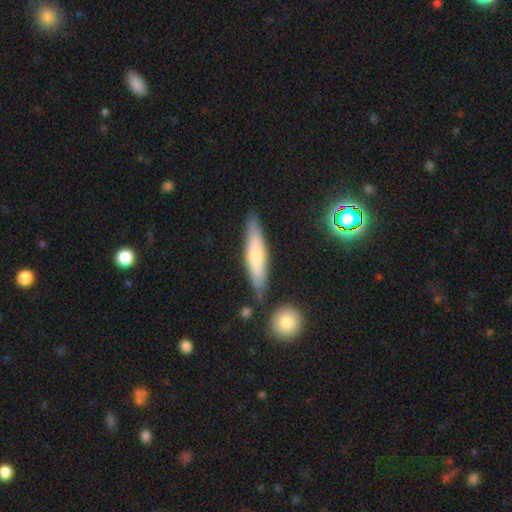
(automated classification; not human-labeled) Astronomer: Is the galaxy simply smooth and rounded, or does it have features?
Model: featured or disk — 45%, tied with smooth at 45%.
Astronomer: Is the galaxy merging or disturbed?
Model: none — 84%.